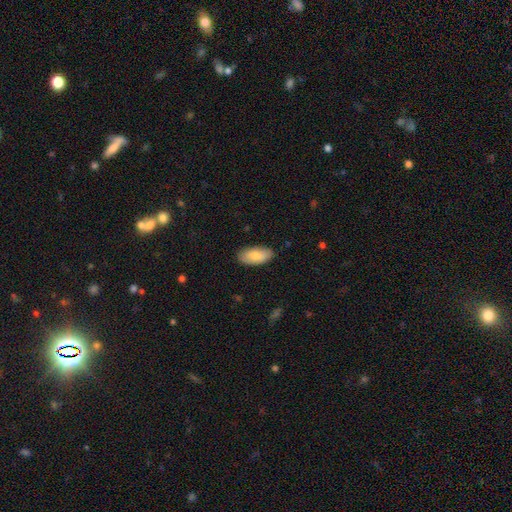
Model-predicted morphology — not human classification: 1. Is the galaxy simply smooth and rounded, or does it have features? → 82% smooth, 12% featured or disk, 6% star or artifact.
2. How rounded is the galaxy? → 92% in between, 6% cigar-shaped, 2% round.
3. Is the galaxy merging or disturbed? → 84% none, 12% minor disturbance, 2% major disturbance, 1% merger.